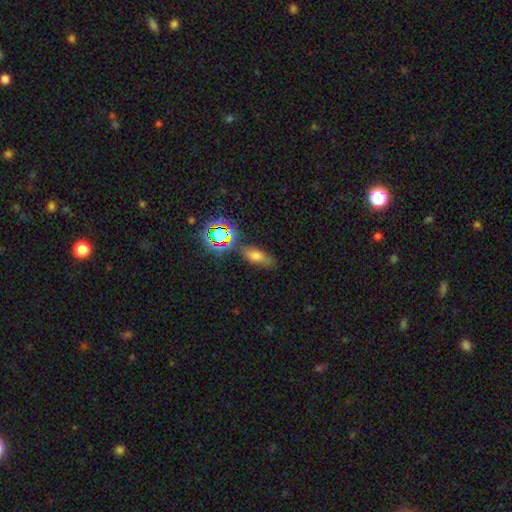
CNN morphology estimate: smooth 62%, star or artifact 21%, featured or disk 17%. Down the decision tree: how rounded — in between (70%); merging — none (73%).